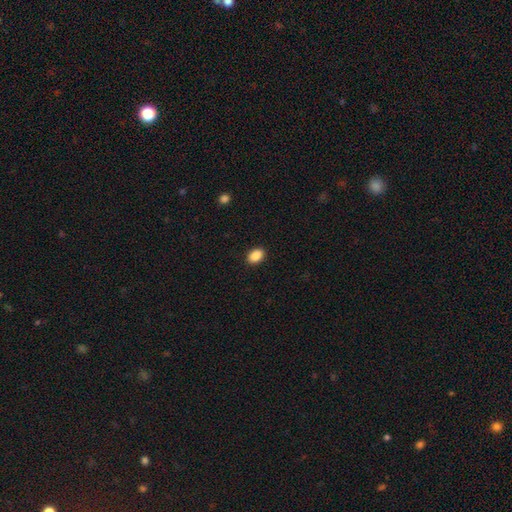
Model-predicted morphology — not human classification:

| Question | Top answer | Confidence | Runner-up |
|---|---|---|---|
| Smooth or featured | smooth | 90% | star or artifact (8%) |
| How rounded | in between | 82% | round (16%) |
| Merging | none | 91% | minor disturbance (7%) |